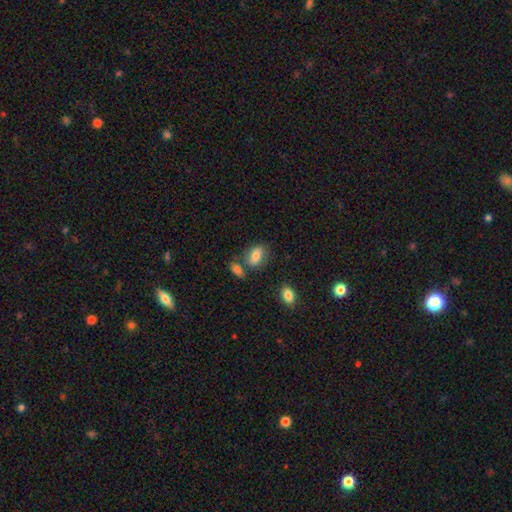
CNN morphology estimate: type=smooth (78%); roundness=in between (86%); merging=none (58%).